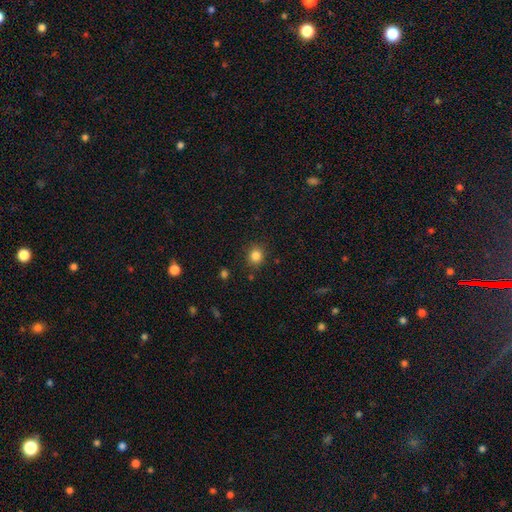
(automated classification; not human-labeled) Smooth or featured? Predicted: smooth (p=0.84). How rounded? Predicted: round (p=0.86). Merging? Predicted: none (p=0.87).